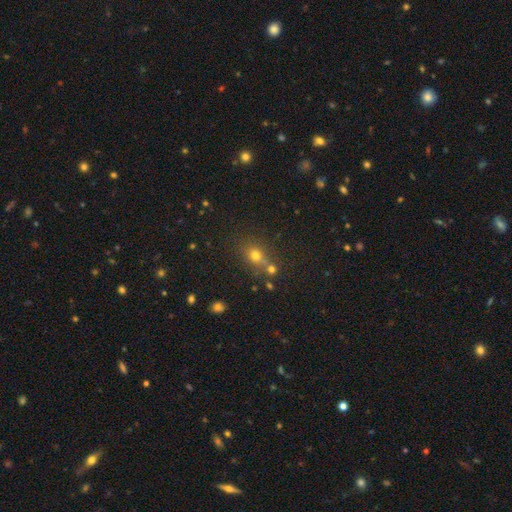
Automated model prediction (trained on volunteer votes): Smooth or featured? smooth (65%)
How rounded? round (66%)
Merging? none (61%)